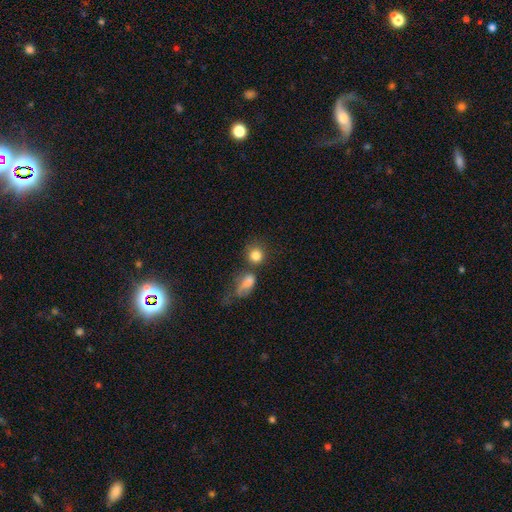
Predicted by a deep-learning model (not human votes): A smooth galaxy with no disk features (82%) that is round (81%).

Vote fractions:
- Smooth or featured? smooth: 82% / star or artifact: 10% / featured or disk: 8%
- How rounded? round: 81% / in between: 17% / cigar-shaped: 2%
- Merging? none: 52% / merger: 28% / minor disturbance: 12% / major disturbance: 8%